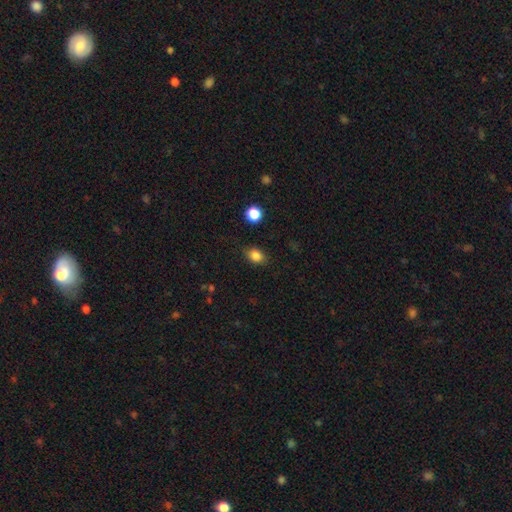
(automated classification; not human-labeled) Smooth or featured? Predicted: smooth (p=0.84). How rounded? Predicted: in between (p=0.67). Merging? Predicted: none (p=0.83).